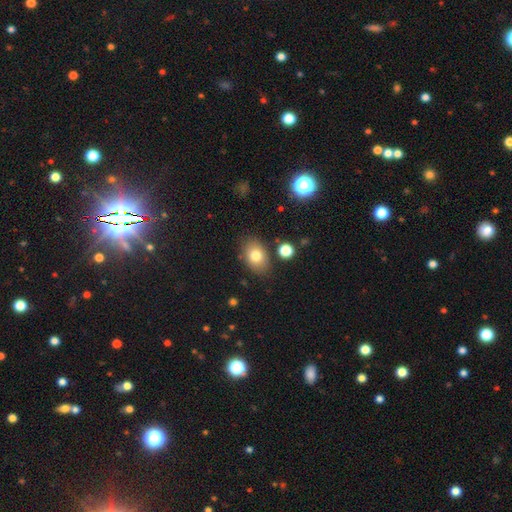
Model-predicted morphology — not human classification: smooth_or_featured: smooth (p=0.78) [alt: featured or disk p=0.13]
how_rounded: in between (p=0.78) [alt: round p=0.20]
merging: none (p=0.79) [alt: minor disturbance p=0.13]